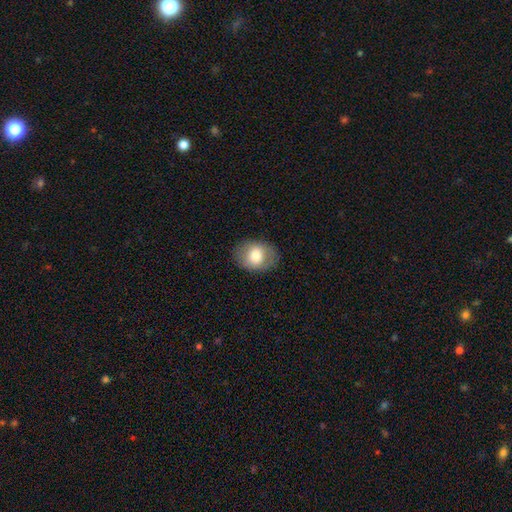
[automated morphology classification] Overall: smooth (74%). How rounded: in between (62%; round 37%). Merging: none (83%).